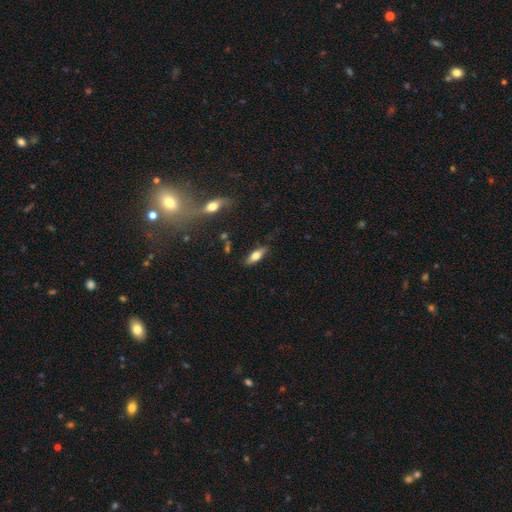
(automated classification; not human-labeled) smooth-or-featured: smooth: 62% | featured or disk: 31% | star or artifact: 7%
  how-rounded: in between: 64% | cigar-shaped: 33% | round: 3%
  merging: none: 81% | minor disturbance: 13% | major disturbance: 4% | merger: 2%